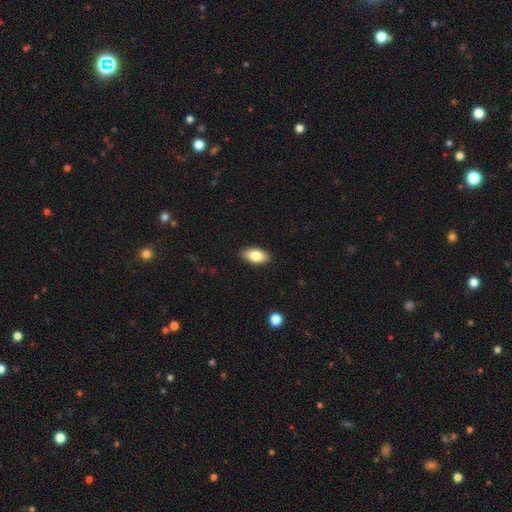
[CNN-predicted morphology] Smooth or featured? Predicted: smooth (p=0.80). How rounded? Predicted: in between (p=0.92). Merging? Predicted: none (p=0.89).